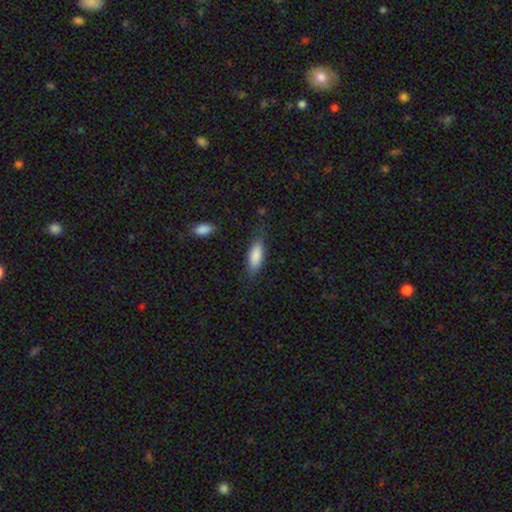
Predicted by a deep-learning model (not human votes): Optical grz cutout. It shows a smooth galaxy with no disk features (86%) that is in between round and cigar-shaped (71%). Merging: none (77%).